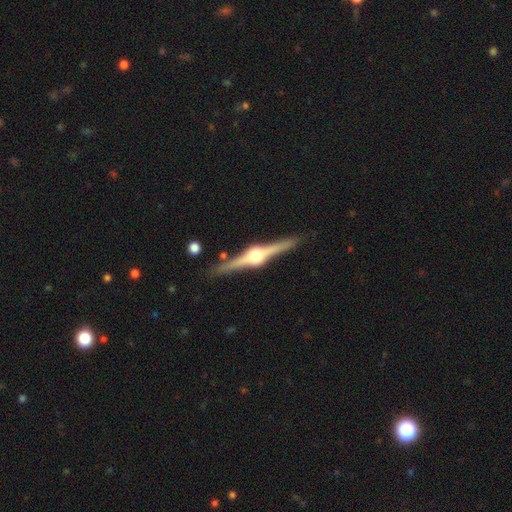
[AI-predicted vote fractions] Smooth or featured? Predicted: featured or disk (p=0.87). Edge-on disk? Predicted: yes (p=0.98). Edge-on bulge? Predicted: rounded (p=0.94). Merging? Predicted: none (p=0.88).